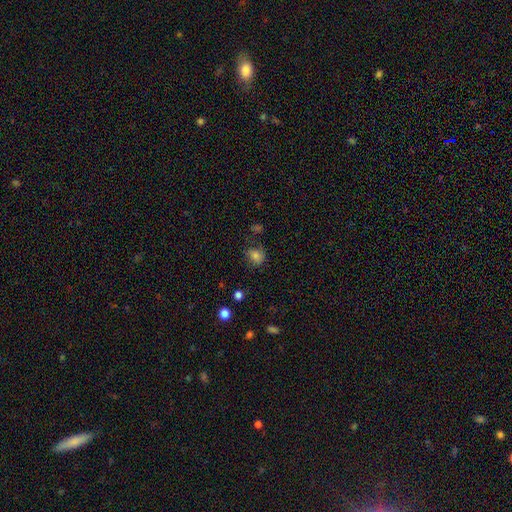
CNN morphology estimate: Smooth or featured? smooth (76%)
How rounded? round (61%)
Merging? none (62%)